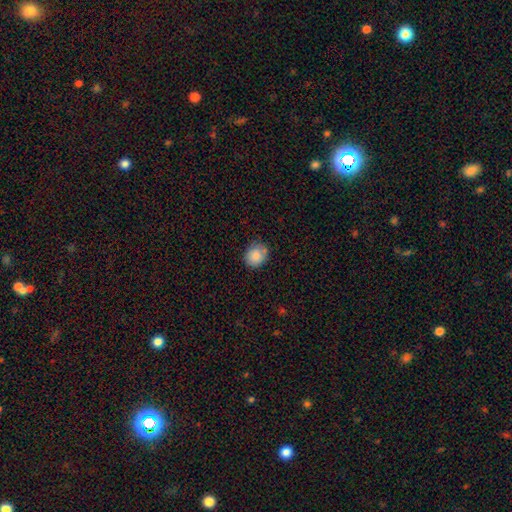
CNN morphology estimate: smooth-or-featured: smooth: 86% | star or artifact: 8% | featured or disk: 6%
  how-rounded: round: 76% | in between: 23% | cigar-shaped: 1%
  merging: none: 75% | minor disturbance: 17% | merger: 5% | major disturbance: 4%